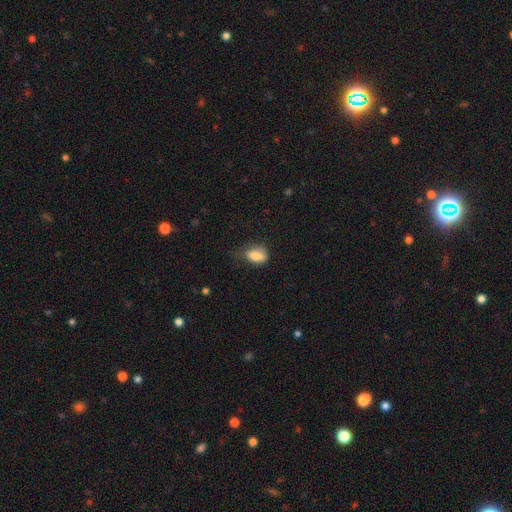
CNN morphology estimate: A smooth galaxy with no disk features (83%) that is in between round and cigar-shaped (84%).

Vote fractions:
- Smooth or featured? smooth: 83% / featured or disk: 9% / star or artifact: 8%
- How rounded? in between: 84% / round: 12% / cigar-shaped: 4%
- Merging? none: 48% / minor disturbance: 36% / major disturbance: 14% / merger: 2%